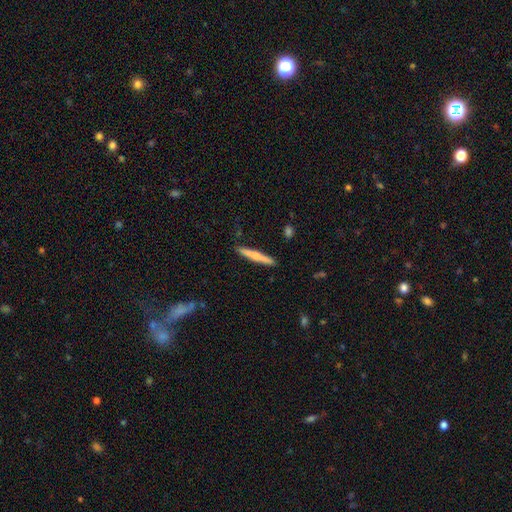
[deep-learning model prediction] Smooth or featured? Predicted: smooth (p=0.56). How rounded? Predicted: cigar-shaped (p=0.94). Merging? Predicted: none (p=0.89).